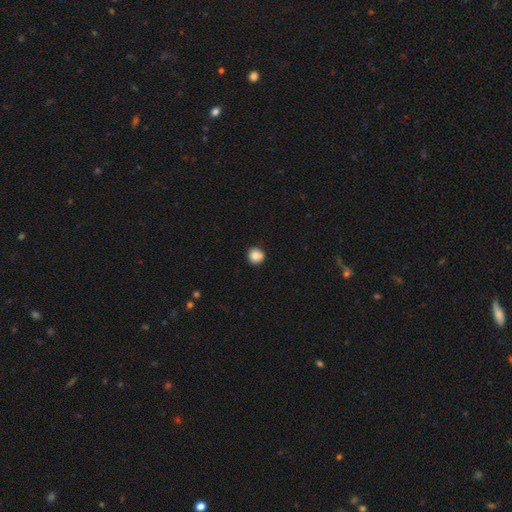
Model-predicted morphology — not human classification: Smooth or featured? smooth (85%)
How rounded? round (94%)
Merging? none (88%)